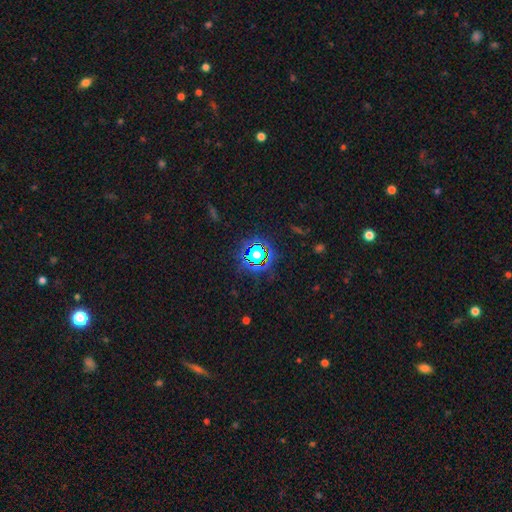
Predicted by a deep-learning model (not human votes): This appears to be a star or artifact, not a galaxy (76%).